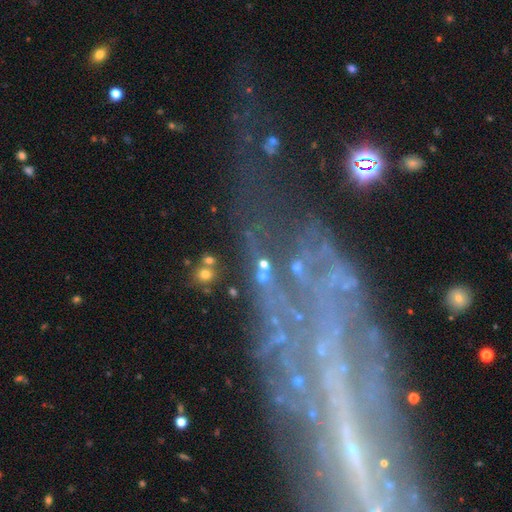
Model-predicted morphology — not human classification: Q: Smooth or featured?
A: featured or disk (60%); runner-up: star or artifact (25%)
Q: Edge-on disk?
A: no (85%); runner-up: yes (15%)
Q: Bar?
A: no (69%); runner-up: weak (17%)
Q: Spiral arms?
A: yes (51%); runner-up: no (49%)
Q: Bulge size?
A: none (53%); runner-up: small (29%)
Q: Merging?
A: none (49%); runner-up: major disturbance (28%)